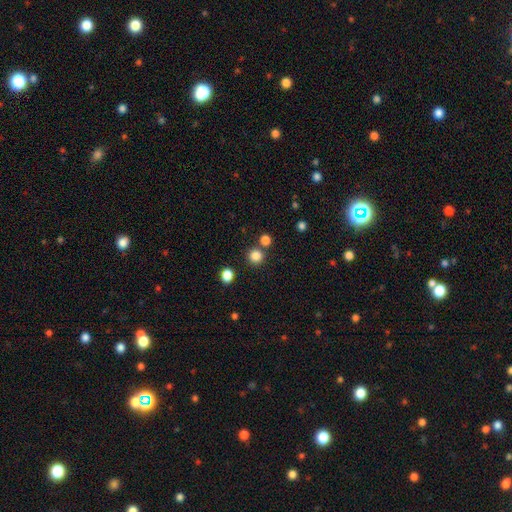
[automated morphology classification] This appears to be a smooth galaxy with no disk features (83%) that is round (94%). Merging: none (81%).